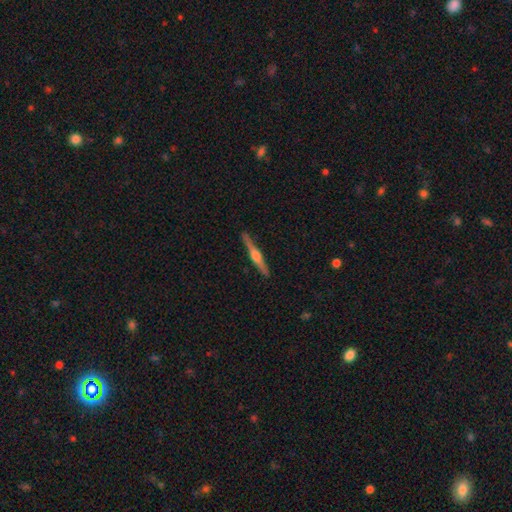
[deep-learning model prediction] This appears to be a featured or disk galaxy (76%) viewed edge-on (98%) with a rounded central bulge (88%). Merging: none (91%).